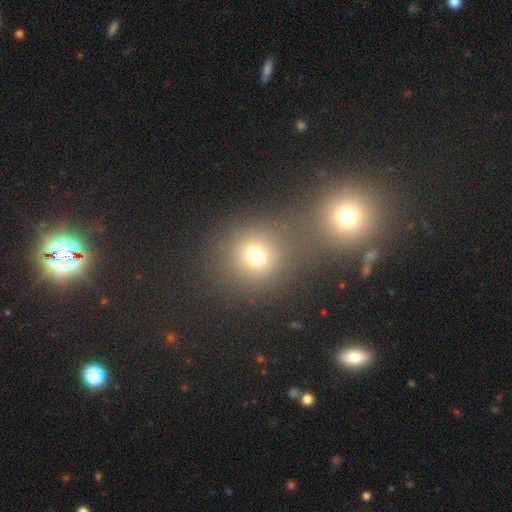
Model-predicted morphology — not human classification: Q: Smooth or featured?
A: smooth (71%); runner-up: star or artifact (19%)
Q: How rounded?
A: round (82%); runner-up: in between (17%)
Q: Merging?
A: none (59%); runner-up: merger (28%)